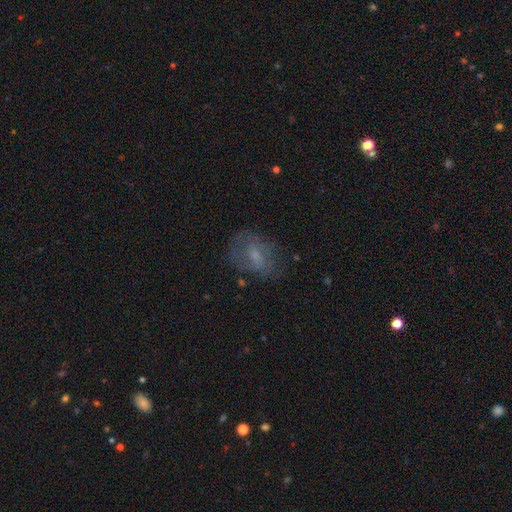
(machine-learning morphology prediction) smooth-or-featured: featured or disk: 45% | smooth: 43% | star or artifact: 12%
  merging: none: 61% | minor disturbance: 22% | major disturbance: 16% | merger: 2%